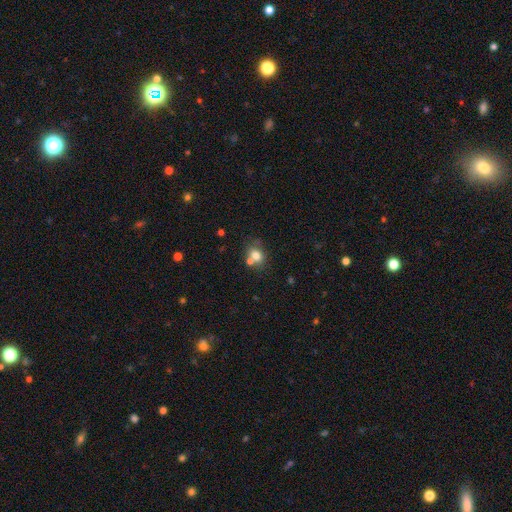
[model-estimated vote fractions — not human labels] Smooth or featured? smooth (75%)
How rounded? round (56%)
Merging? none (52%)